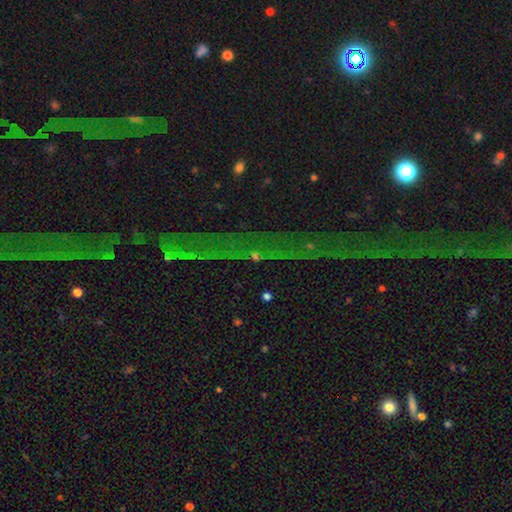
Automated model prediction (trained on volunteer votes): Q: Smooth or featured?
A: star or artifact (66%); runner-up: featured or disk (19%)